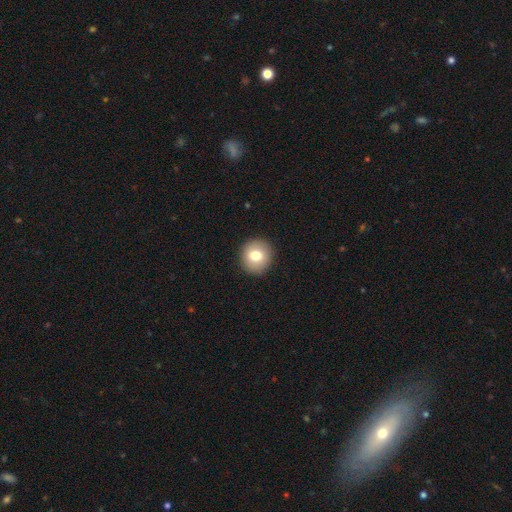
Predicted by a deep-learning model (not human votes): Smooth or featured? smooth (77%)
How rounded? round (92%)
Merging? none (92%)